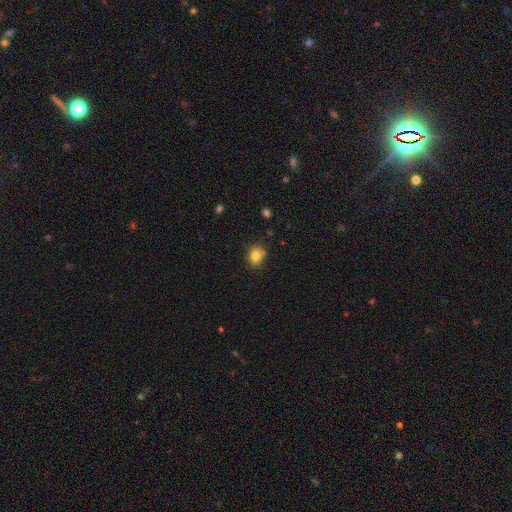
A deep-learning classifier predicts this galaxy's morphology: The model was most divided on "how rounded": round: 58%, in between: 41%, cigar-shaped: 1%. More confident: smooth or featured — smooth (83%); merging — none (82%).